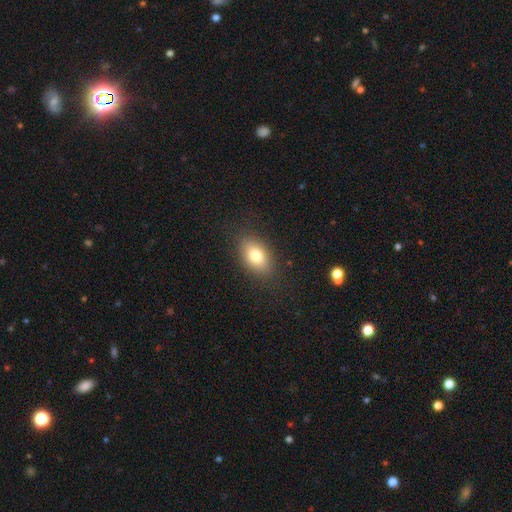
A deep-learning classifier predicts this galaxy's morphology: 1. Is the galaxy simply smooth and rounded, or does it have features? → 79% smooth, 12% featured or disk, 9% star or artifact.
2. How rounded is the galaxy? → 87% in between, 11% round, 2% cigar-shaped.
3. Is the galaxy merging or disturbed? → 85% none, 11% minor disturbance, 4% major disturbance, 1% merger.